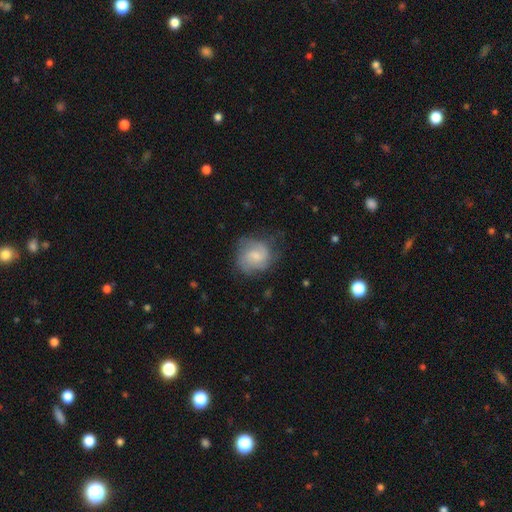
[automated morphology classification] Overall: featured or disk (54%; smooth 39%). Edge-on disk: no (98%). Bar: no (49%; weak 44%). Spiral arms: yes (87%). Bulge size: small (41%; moderate 34%). Merging: none (62%; minor disturbance 24%).